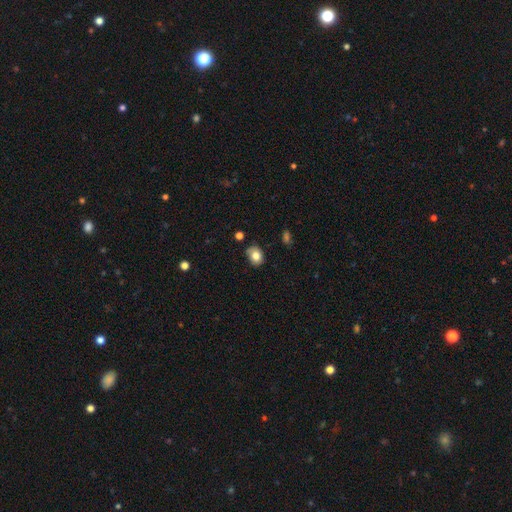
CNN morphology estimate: This appears to be a smooth galaxy with no disk features (79%) that is in between round and cigar-shaped (56%). Merging: none (72%).